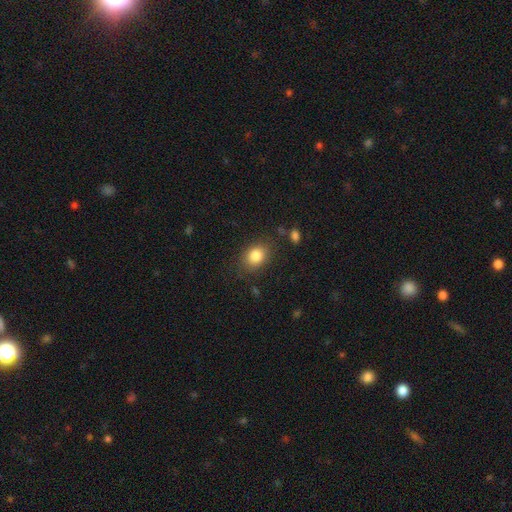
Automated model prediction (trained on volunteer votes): This appears to be a smooth galaxy with no disk features (84%) that is in between round and cigar-shaped (58%). Merging: none (81%).